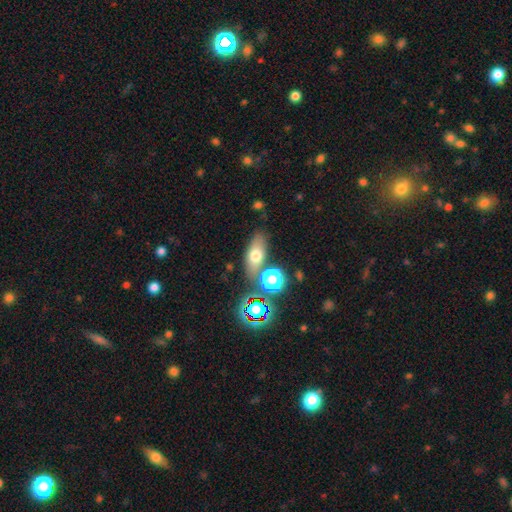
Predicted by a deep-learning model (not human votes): The model was most divided on "smooth or featured": smooth: 63%, featured or disk: 22%, star or artifact: 15%. More confident: how rounded — in between (71%); merging — none (71%).